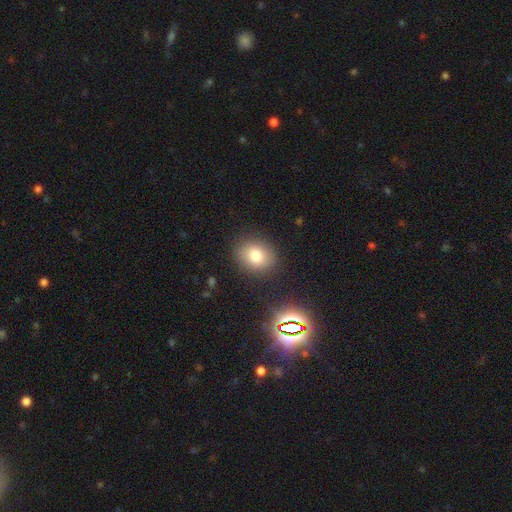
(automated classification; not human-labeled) This appears to be a smooth galaxy with no disk features (78%) that is round (60%). Merging: none (86%).